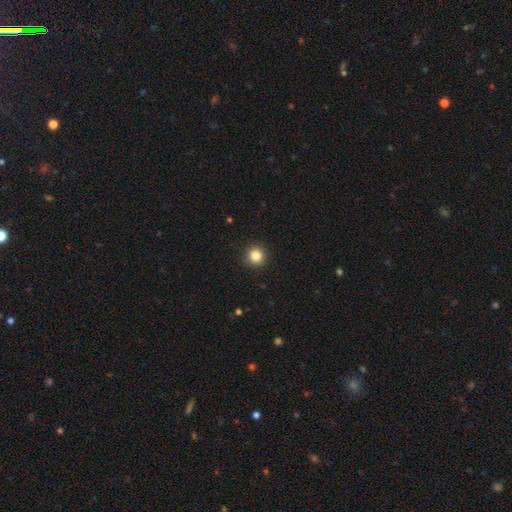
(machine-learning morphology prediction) This appears to be a smooth galaxy with no disk features (84%) that is round (94%). Merging: none (93%).